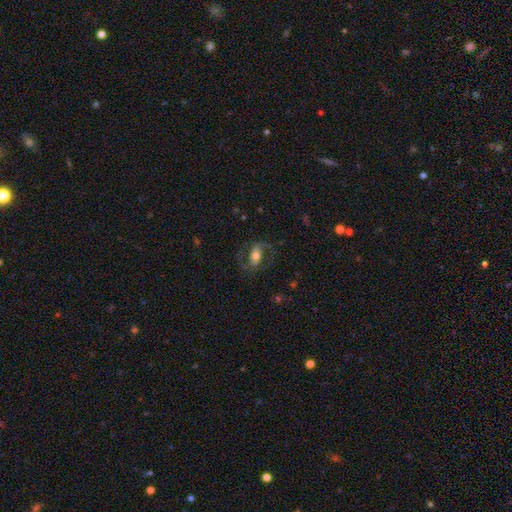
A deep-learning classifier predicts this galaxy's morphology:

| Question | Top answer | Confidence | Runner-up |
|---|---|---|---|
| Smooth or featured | featured or disk | 68% | smooth (24%) |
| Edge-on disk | no | 95% | yes (5%) |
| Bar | weak | 35% | no (33%) |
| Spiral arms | yes | 87% | no (13%) |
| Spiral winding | medium | 52% | loose (34%) |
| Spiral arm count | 2 | 88% | 1 (5%) |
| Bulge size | moderate | 62% | large (18%) |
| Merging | none | 69% | major disturbance (15%) |